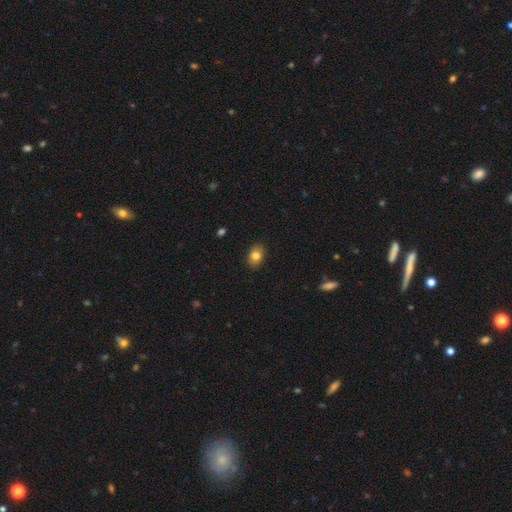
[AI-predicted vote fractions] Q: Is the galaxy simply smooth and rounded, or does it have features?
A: smooth — 82%.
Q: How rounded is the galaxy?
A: in between — 76%.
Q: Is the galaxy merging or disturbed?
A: none — 88%.